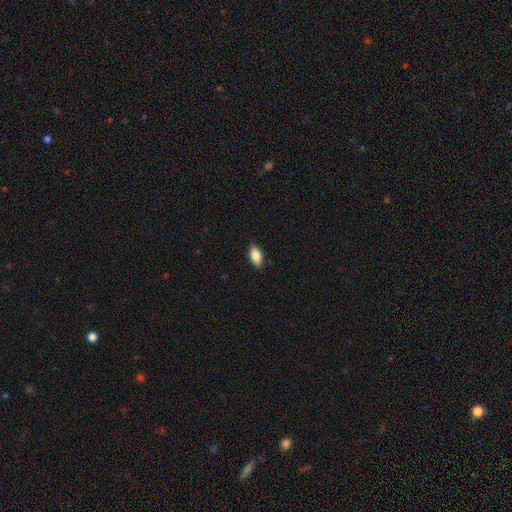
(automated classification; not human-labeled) Smooth or featured: smooth — 81% (featured or disk — 12%)
How rounded: in between — 89% (cigar-shaped — 7%)
Merging: none — 88% (minor disturbance — 9%)